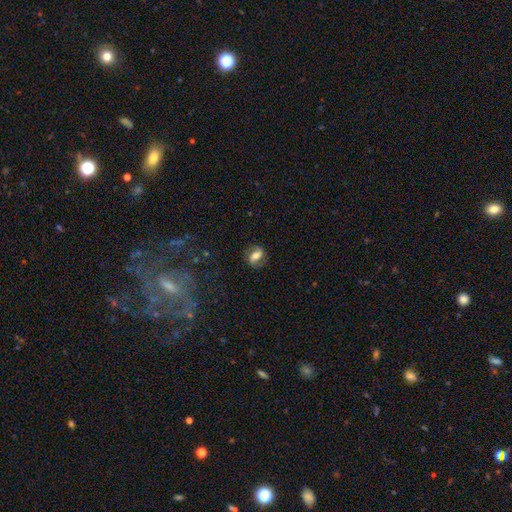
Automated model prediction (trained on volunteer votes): Morphology: type=smooth (46%); merging=none (77%).